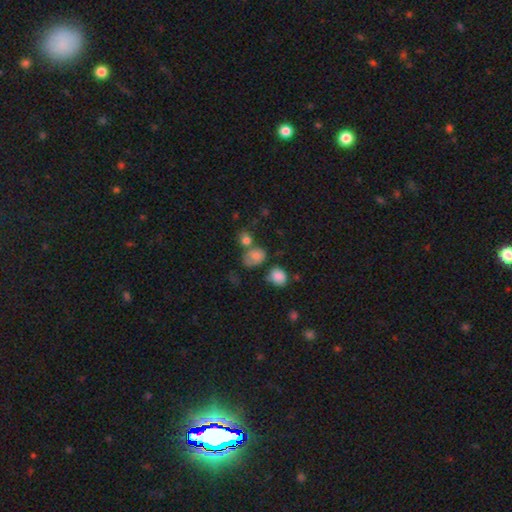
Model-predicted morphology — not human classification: Smooth or featured? Predicted: smooth (p=0.75). How rounded? Predicted: in between (p=0.54). Merging? Predicted: none (p=0.43).